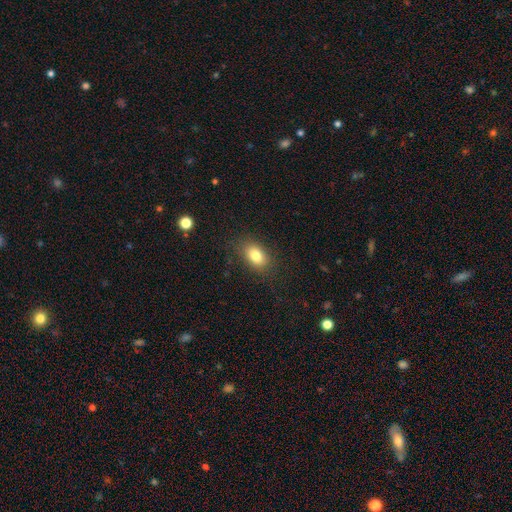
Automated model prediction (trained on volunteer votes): Smooth or featured? Predicted: smooth (p=0.81). How rounded? Predicted: in between (p=0.84). Merging? Predicted: none (p=0.84).